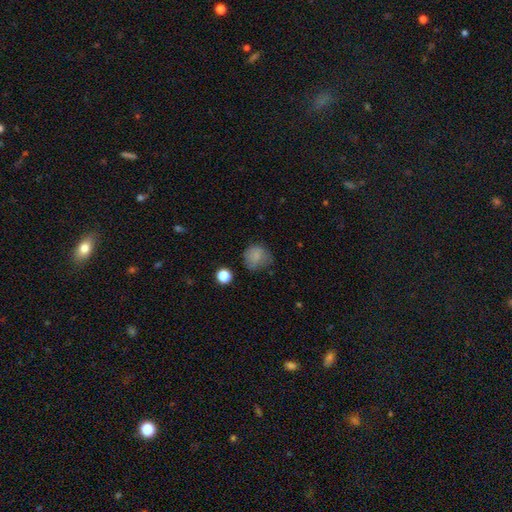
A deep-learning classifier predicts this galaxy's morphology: This appears to be a smooth galaxy with no disk features (80%) that is round (83%). Merging: none (64%).